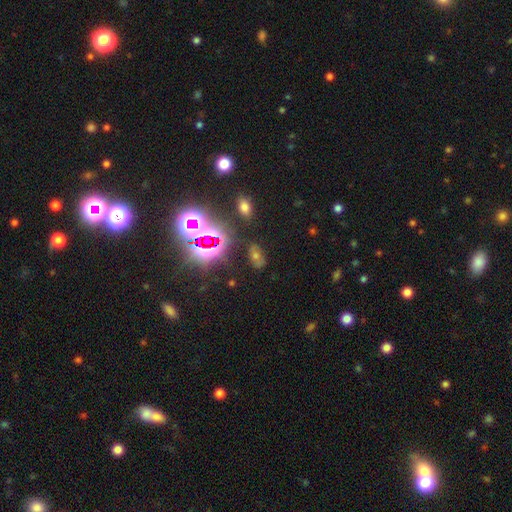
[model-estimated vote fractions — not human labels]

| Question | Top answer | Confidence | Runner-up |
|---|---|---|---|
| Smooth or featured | star or artifact | 50% | smooth (32%) |